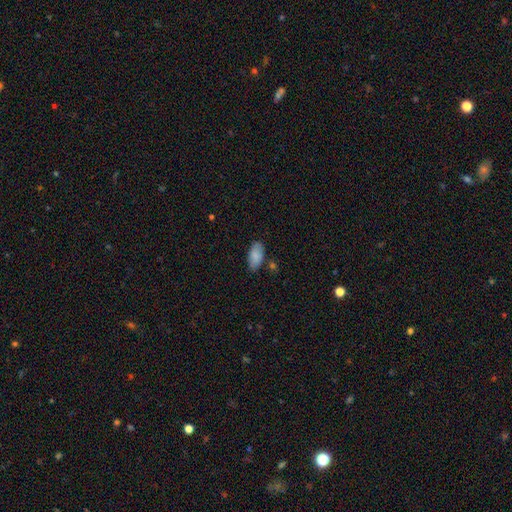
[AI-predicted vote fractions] A smooth galaxy with no disk features (86%) that is in between round and cigar-shaped (92%). Merging: none (79%).